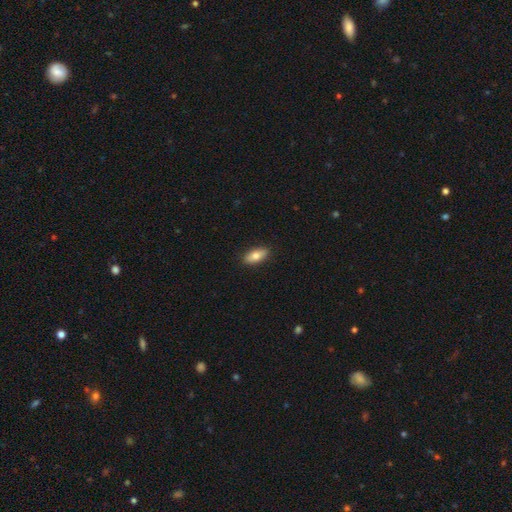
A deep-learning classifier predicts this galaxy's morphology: Smooth or featured?
  - smooth: 78% *
  - featured or disk: 16%
  - star or artifact: 6%
How rounded?
  - in between: 83% *
  - cigar-shaped: 14%
  - round: 3%
Merging?
  - none: 89% *
  - minor disturbance: 9%
  - major disturbance: 2%
  - merger: 1%